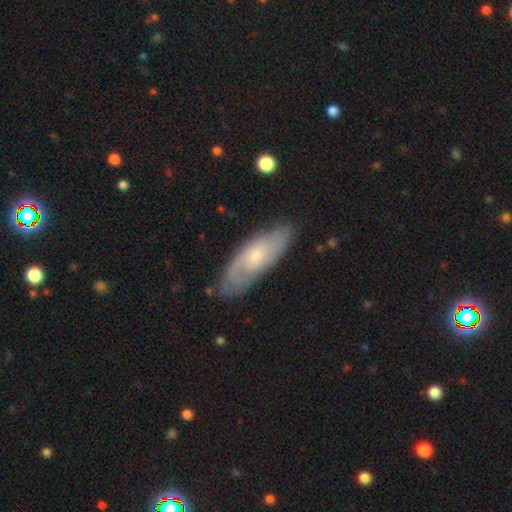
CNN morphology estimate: A featured or disk galaxy (63%) with no bar (68%), spiral arms (86%) and a small central bulge (56%). Merging: none (78%).